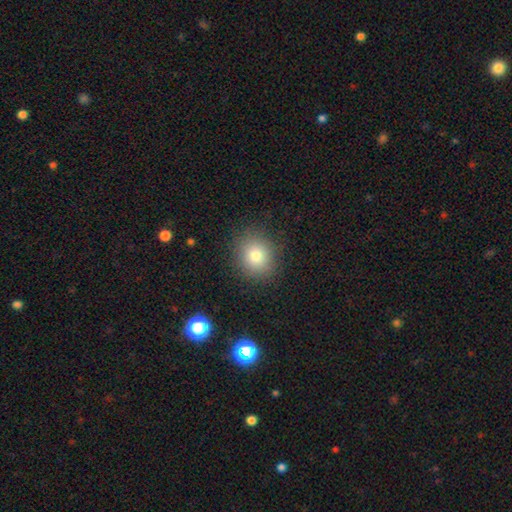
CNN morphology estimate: Smooth or featured: smooth — 80% (star or artifact — 12%)
How rounded: round — 79% (in between — 20%)
Merging: none — 87% (minor disturbance — 9%)